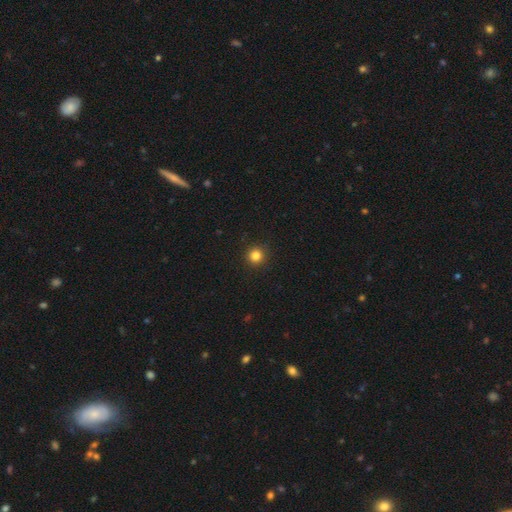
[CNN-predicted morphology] This appears to be a smooth galaxy with no disk features (83%) that is round (95%). Merging: none (93%).